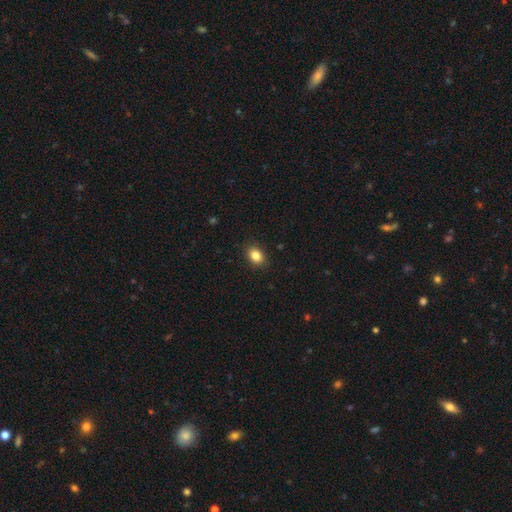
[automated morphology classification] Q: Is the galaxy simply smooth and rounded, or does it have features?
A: smooth — 86%.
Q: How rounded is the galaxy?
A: in between — 73%.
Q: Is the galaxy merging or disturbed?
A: none — 88%.